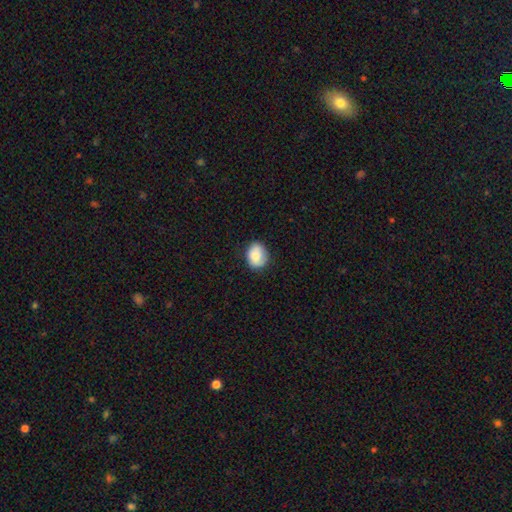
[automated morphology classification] Smooth or featured? Predicted: smooth (p=0.83). How rounded? Predicted: round (p=0.53). Merging? Predicted: none (p=0.78).